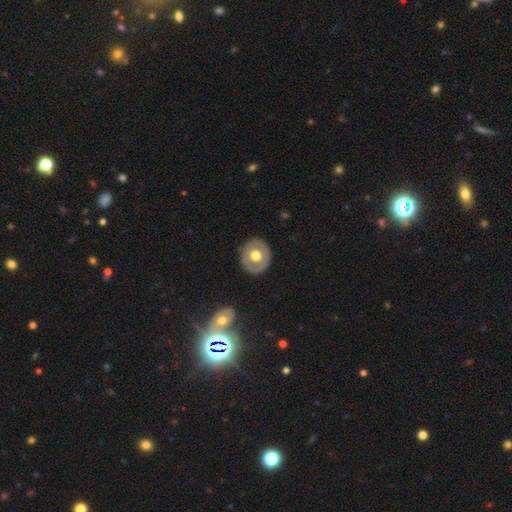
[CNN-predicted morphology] type=smooth (50%); merging=none (86%).